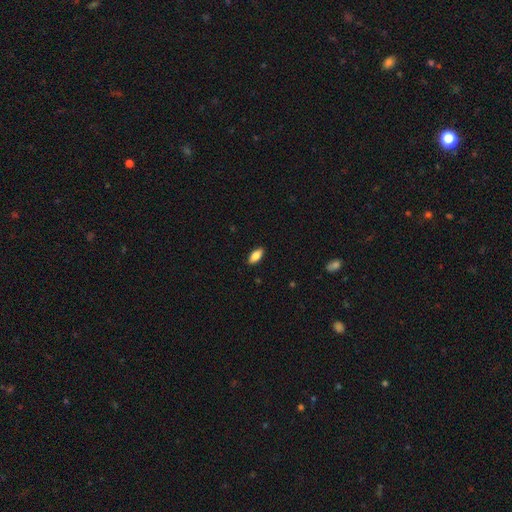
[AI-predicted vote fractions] smooth 82%, featured or disk 12%, star or artifact 7%. Down the decision tree: how rounded — in between (86%); merging — none (90%).